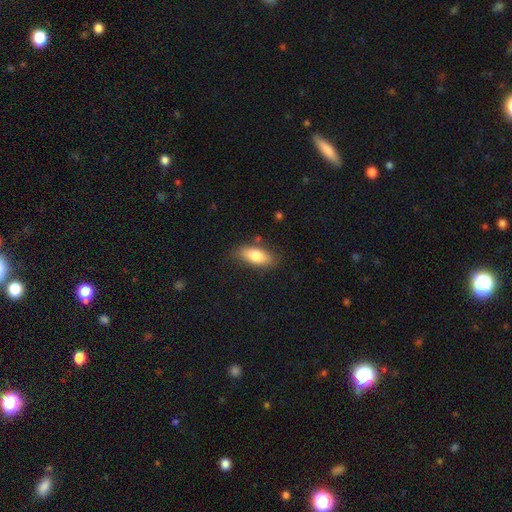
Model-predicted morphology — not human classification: smooth 81%, featured or disk 12%, star or artifact 7%. Down the decision tree: how rounded — in between (83%); merging — none (80%).